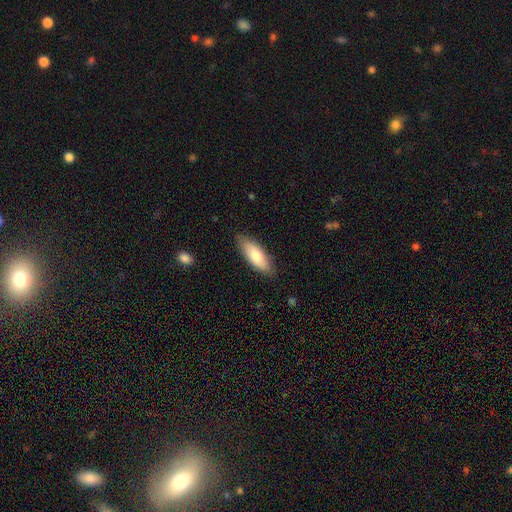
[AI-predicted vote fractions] Smooth or featured? smooth (77%)
How rounded? in between (70%)
Merging? none (83%)